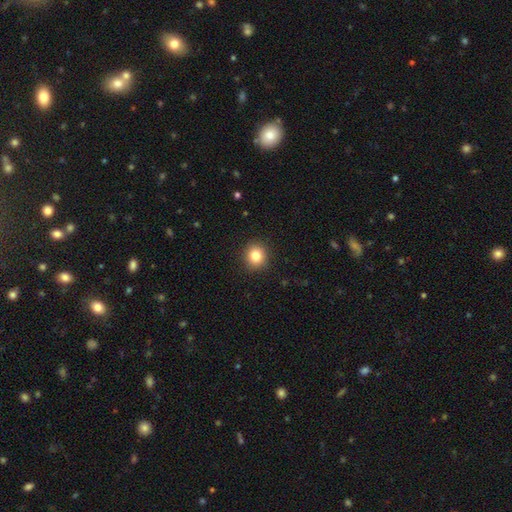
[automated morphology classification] Overall: smooth (83%). How rounded: round (85%). Merging: none (91%).